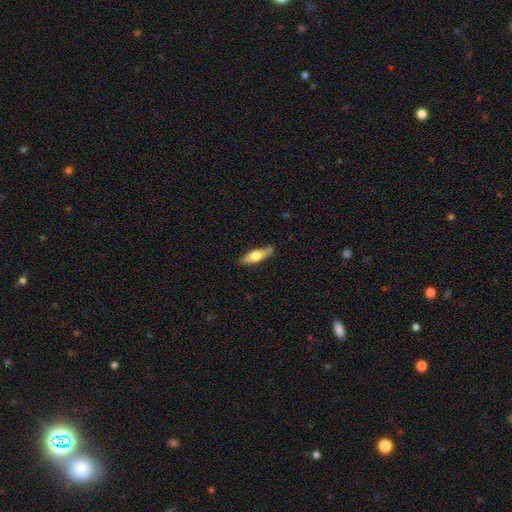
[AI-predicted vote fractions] Q: Smooth or featured?
A: smooth (55%); runner-up: featured or disk (39%)
Q: How rounded?
A: cigar-shaped (50%); runner-up: in between (47%)
Q: Merging?
A: none (77%); runner-up: minor disturbance (17%)